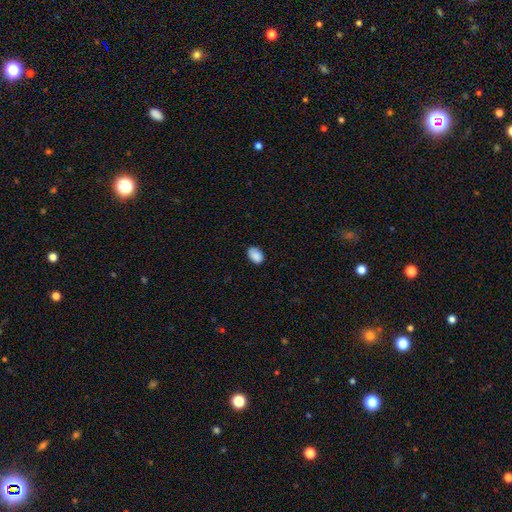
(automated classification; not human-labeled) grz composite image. It shows a smooth galaxy with no disk features (88%) that is in between round and cigar-shaped (87%). Merging: none (78%).